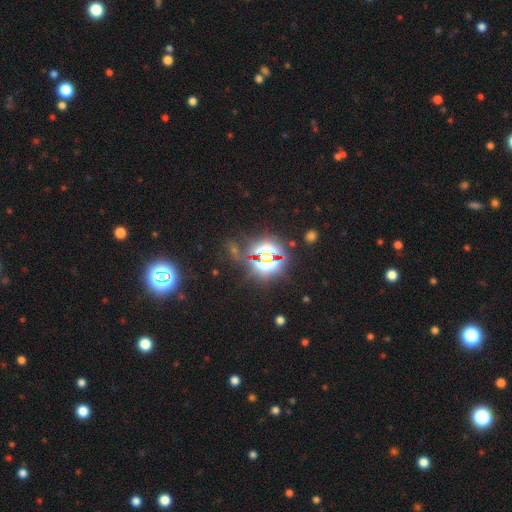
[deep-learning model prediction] Smooth or featured? star or artifact (83%)